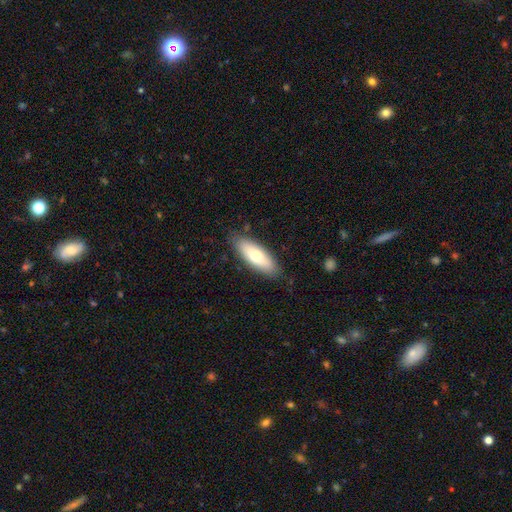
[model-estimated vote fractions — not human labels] smooth-or-featured: smooth: 68% | featured or disk: 26% | star or artifact: 6%
  how-rounded: in between: 67% | cigar-shaped: 31% | round: 2%
  merging: none: 84% | minor disturbance: 12% | major disturbance: 3% | merger: 1%